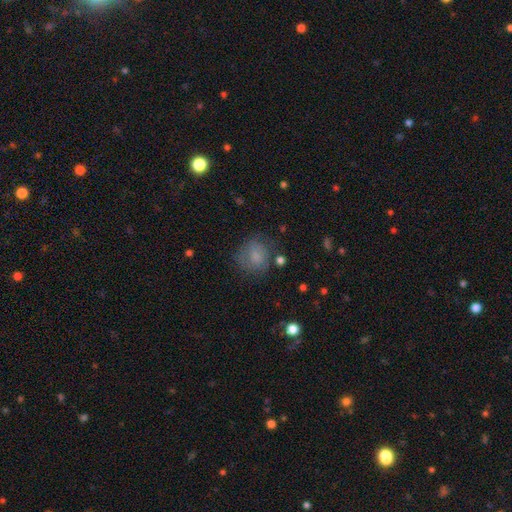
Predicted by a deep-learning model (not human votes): Smooth or featured? smooth (71%)
How rounded? round (71%)
Merging? none (64%)